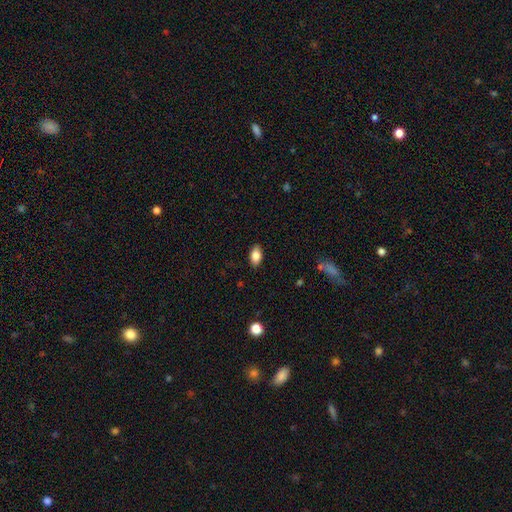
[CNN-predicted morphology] This is clearly a smooth galaxy (83%). How rounded: clearly in between (91%). Merging: clearly none (87%).